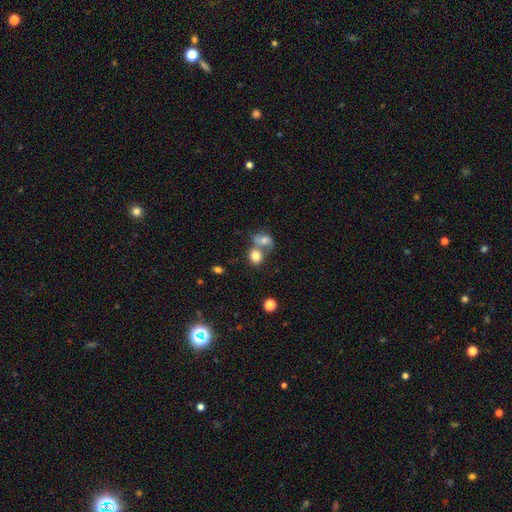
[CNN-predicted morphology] Overall: smooth (77%). How rounded: round (64%; in between 34%). Merging: merger (49%; none 37%).